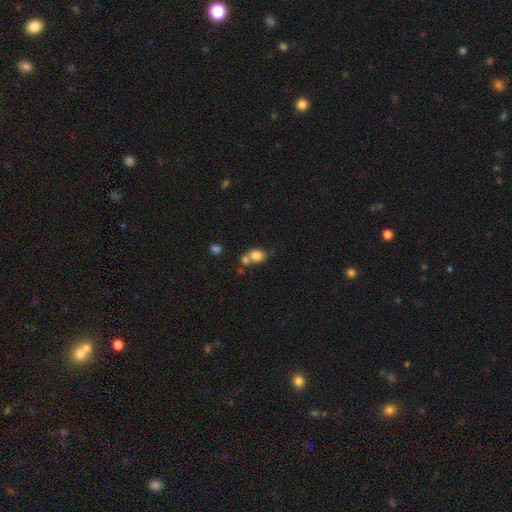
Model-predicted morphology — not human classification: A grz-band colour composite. It shows a smooth galaxy with no disk features (81%) that is round (56%). Merging: merger (45%).